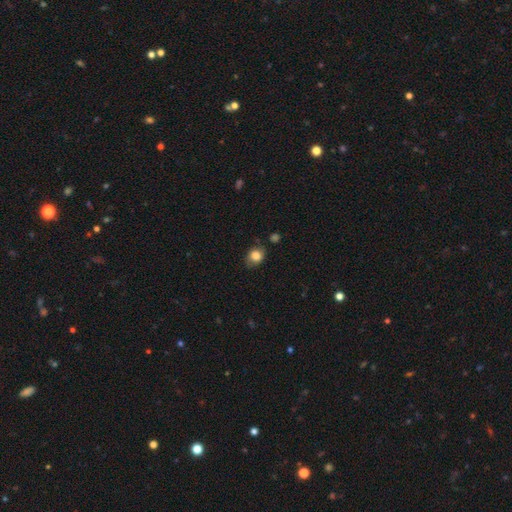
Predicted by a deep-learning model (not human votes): Smooth or featured: smooth — 82% (star or artifact — 9%)
How rounded: in between — 52% (round — 47%)
Merging: none — 71% (minor disturbance — 22%)